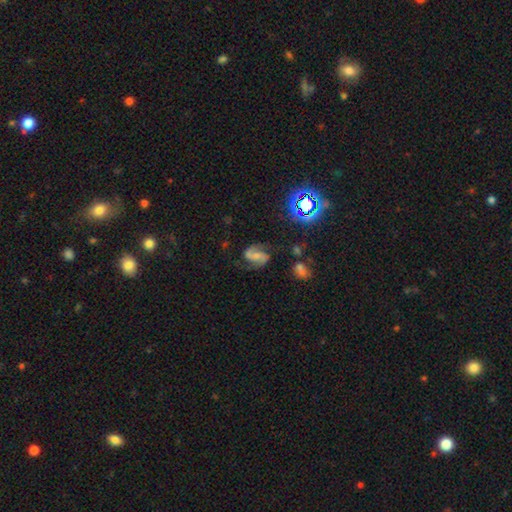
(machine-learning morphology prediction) smooth_or_featured: featured or disk (p=0.81) [alt: star or artifact p=0.10]
disk_edge_on: no (p=0.98) [alt: yes p=0.02]
bar: weak (p=0.40) [alt: no p=0.33]
has_spiral_arms: yes (p=0.96) [alt: no p=0.04]
spiral_winding: medium (p=0.52) [alt: loose p=0.34]
spiral_arm_count: 2 (p=0.92) [alt: can't tell p=0.03]
bulge_size: small (p=0.43) [alt: moderate p=0.27]
merging: none (p=0.72) [alt: minor disturbance p=0.16]